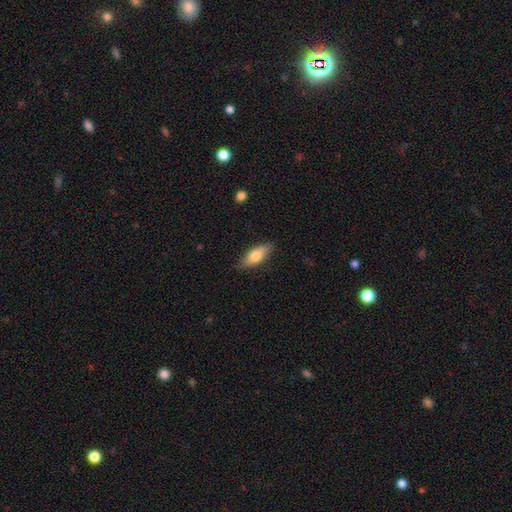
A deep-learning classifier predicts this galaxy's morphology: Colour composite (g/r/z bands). It shows a smooth galaxy with no disk features (71%) that is in between round and cigar-shaped (68%). Merging: none (81%).